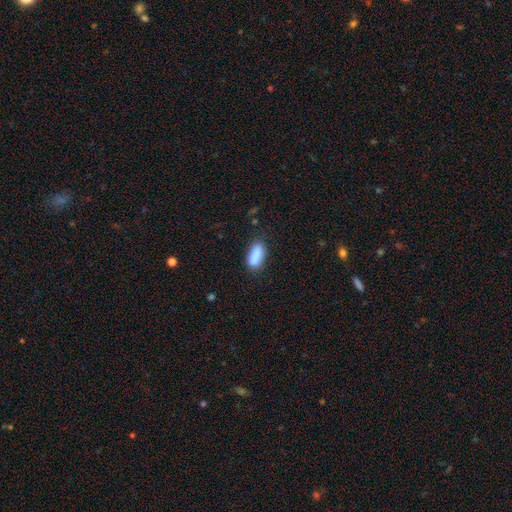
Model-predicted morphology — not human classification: This appears to be a smooth galaxy with no disk features (85%) that is in between round and cigar-shaped (68%). Merging: none (73%).